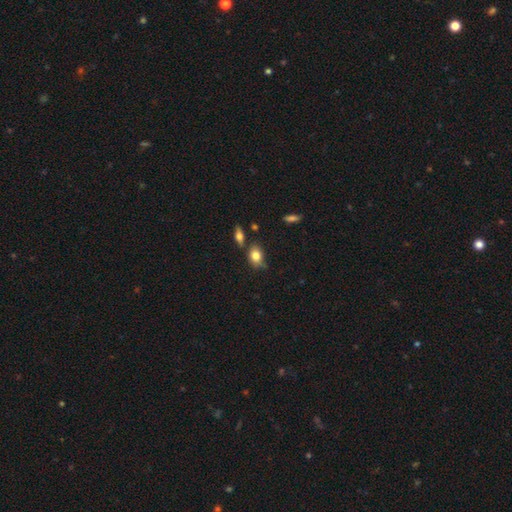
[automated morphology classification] A smooth galaxy with no disk features (80%) that is in between round and cigar-shaped (69%).

Vote fractions:
- Smooth or featured? smooth: 80% / featured or disk: 11% / star or artifact: 9%
- How rounded? in between: 69% / round: 29% / cigar-shaped: 3%
- Merging? none: 63% / minor disturbance: 20% / merger: 13% / major disturbance: 5%